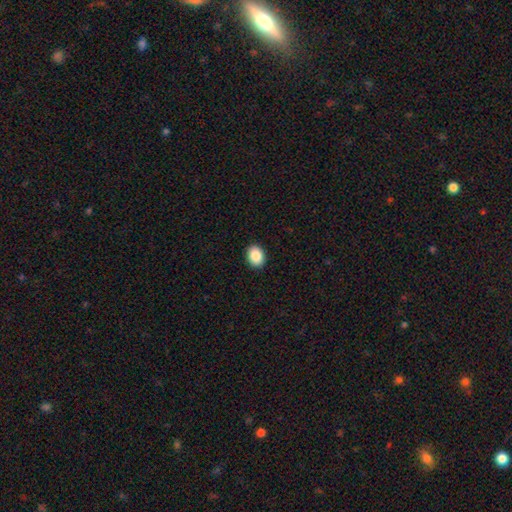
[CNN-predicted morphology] Overall: smooth (89%). How rounded: in between (65%; round 34%). Merging: none (92%).